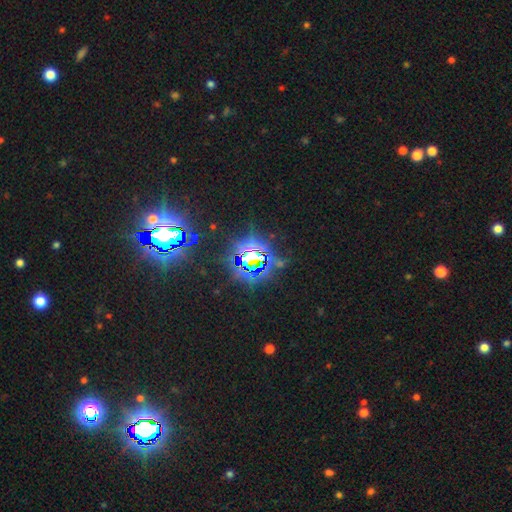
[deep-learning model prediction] star or artifact 83%, smooth 9%, featured or disk 8%.